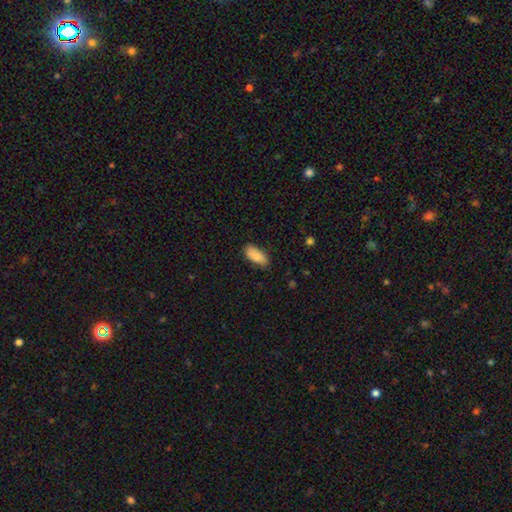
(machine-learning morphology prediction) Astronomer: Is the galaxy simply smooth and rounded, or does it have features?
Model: smooth — 86%.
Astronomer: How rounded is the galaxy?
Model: in between — 85%.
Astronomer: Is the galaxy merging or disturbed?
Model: none — 78%.